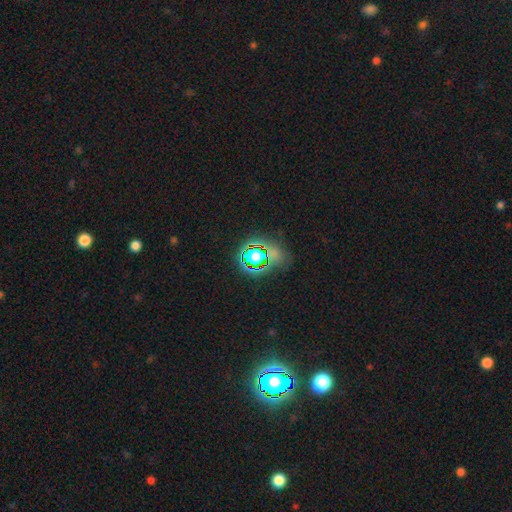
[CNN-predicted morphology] smooth-or-featured: star or artifact: 52% | smooth: 34% | featured or disk: 13%